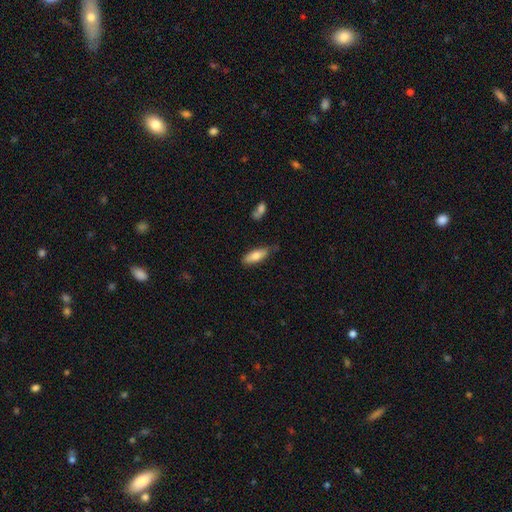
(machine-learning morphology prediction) smooth 75%, featured or disk 19%, star or artifact 6%. Down the decision tree: how rounded — in between (60%); merging — none (71%).